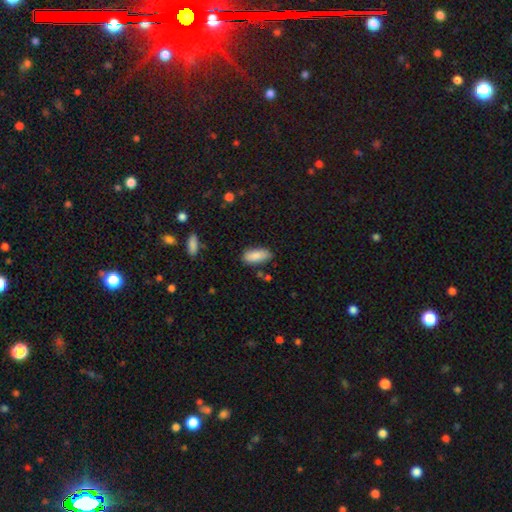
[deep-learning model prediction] Q: Smooth or featured?
A: smooth (86%); runner-up: featured or disk (8%)
Q: How rounded?
A: in between (85%); runner-up: cigar-shaped (13%)
Q: Merging?
A: none (79%); runner-up: minor disturbance (16%)